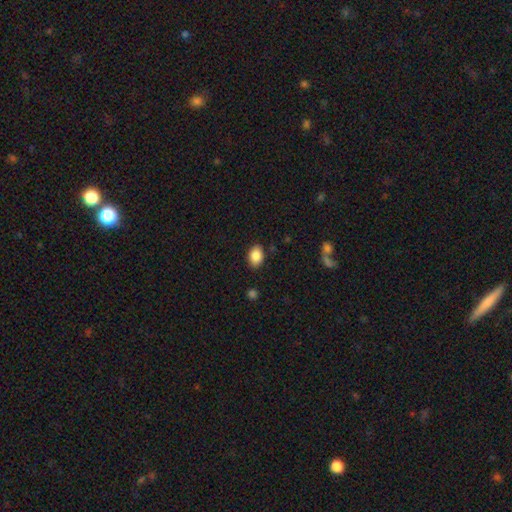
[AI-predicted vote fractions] smooth-or-featured: smooth: 87% | star or artifact: 8% | featured or disk: 5%
  how-rounded: in between: 82% | round: 17% | cigar-shaped: 1%
  merging: none: 86% | minor disturbance: 10% | major disturbance: 3% | merger: 2%